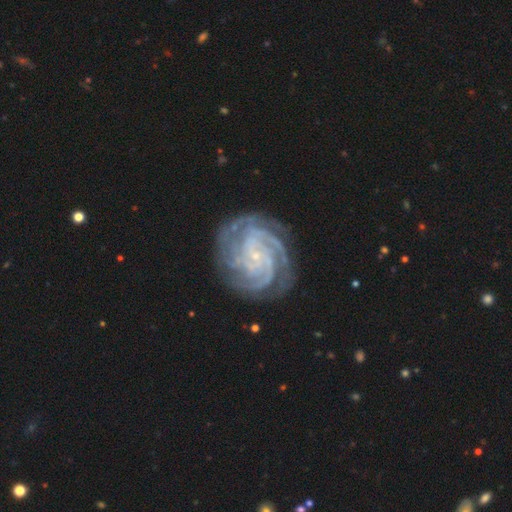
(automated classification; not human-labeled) Smooth or featured: featured or disk — 91% (star or artifact — 6%)
Edge-on disk: no — 98% (yes — 2%)
Bar: no — 69% (weak — 21%)
Spiral arms: yes — 98% (no — 2%)
Spiral winding: tight — 77% (medium — 20%)
Spiral arm count: 4 — 32% (3 — 19%)
Bulge size: small — 88% (moderate — 6%)
Merging: none — 80% (minor disturbance — 14%)